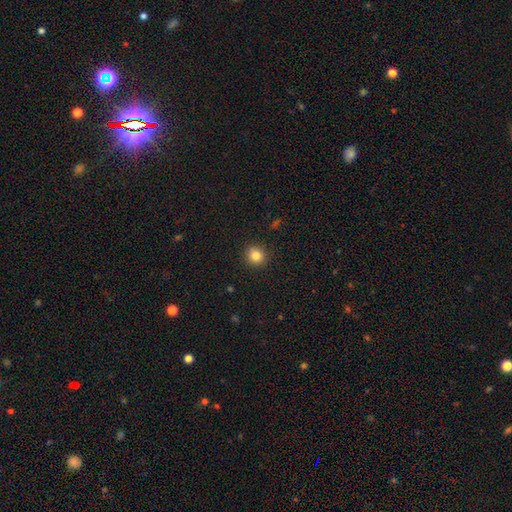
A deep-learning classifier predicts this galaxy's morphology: A smooth galaxy with no disk features (82%) that is round (89%). Merging: none (92%).